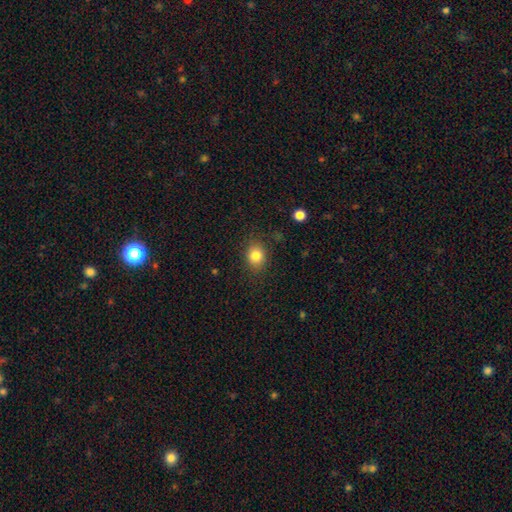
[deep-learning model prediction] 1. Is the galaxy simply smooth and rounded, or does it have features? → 82% smooth, 11% star or artifact, 7% featured or disk.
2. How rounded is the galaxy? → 58% round, 41% in between, 1% cigar-shaped.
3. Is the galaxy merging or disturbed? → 84% none, 11% minor disturbance, 3% major disturbance, 1% merger.